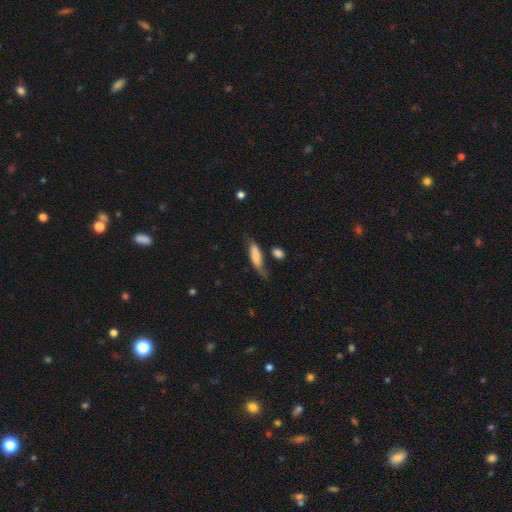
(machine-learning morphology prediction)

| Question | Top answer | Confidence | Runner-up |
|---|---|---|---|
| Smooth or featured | smooth | 65% | featured or disk (28%) |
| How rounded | in between | 51% | cigar-shaped (46%) |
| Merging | none | 48% | minor disturbance (30%) |